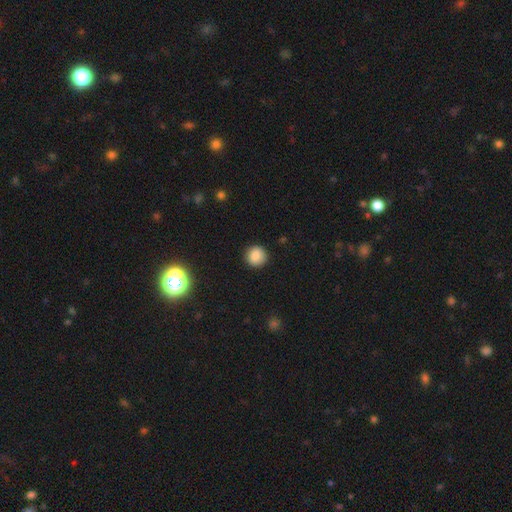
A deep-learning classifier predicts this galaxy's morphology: type=smooth (84%); roundness=round (93%); merging=none (90%).